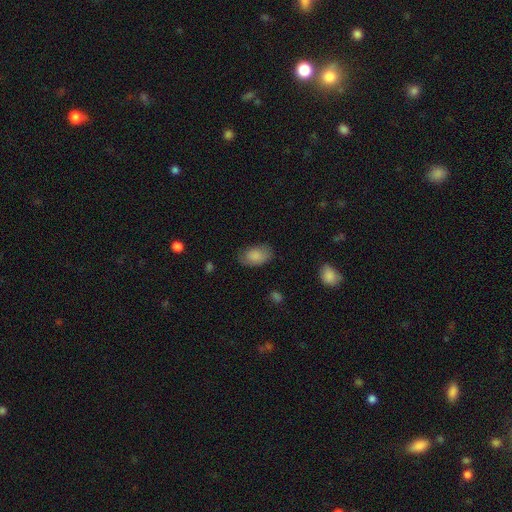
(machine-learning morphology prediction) Smooth or featured? smooth (83%)
How rounded? in between (92%)
Merging? none (75%)